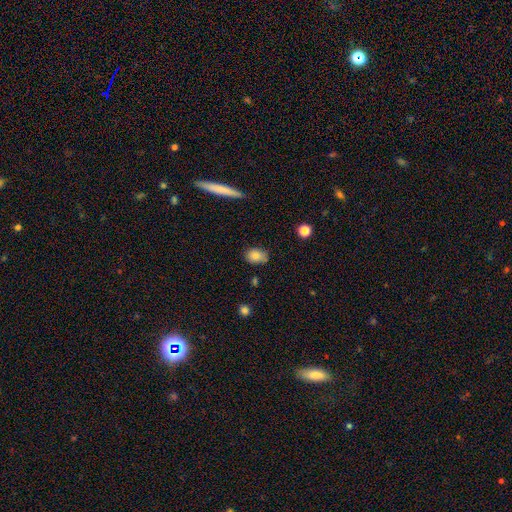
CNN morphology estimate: This appears to be a smooth galaxy with no disk features (83%) that is in between round and cigar-shaped (75%). Merging: none (72%).